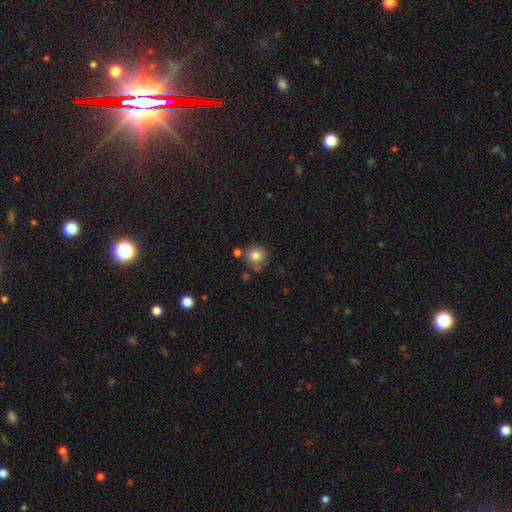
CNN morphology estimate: Smooth or featured? Predicted: smooth (p=0.81). How rounded? Predicted: round (p=0.91). Merging? Predicted: none (p=0.69).